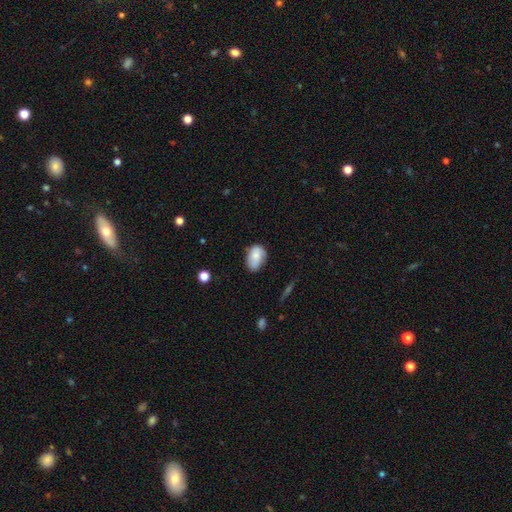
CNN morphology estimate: A smooth galaxy with no disk features (77%) that is in between round and cigar-shaped (86%).

Vote fractions:
- Smooth or featured? smooth: 77% / featured or disk: 16% / star or artifact: 7%
- How rounded? in between: 86% / round: 13% / cigar-shaped: 1%
- Merging? none: 62% / minor disturbance: 30% / major disturbance: 6% / merger: 2%